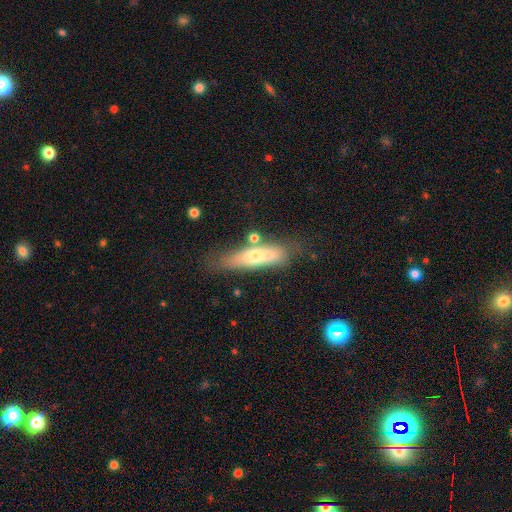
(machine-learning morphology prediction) Smooth or featured: smooth — 56% (featured or disk — 36%)
How rounded: cigar-shaped — 60% (in between — 37%)
Merging: none — 57% (minor disturbance — 19%)